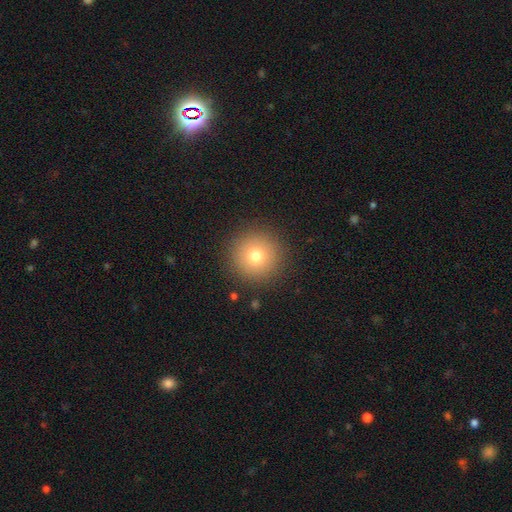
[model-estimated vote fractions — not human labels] Smooth or featured? smooth (74%)
How rounded? round (96%)
Merging? none (90%)